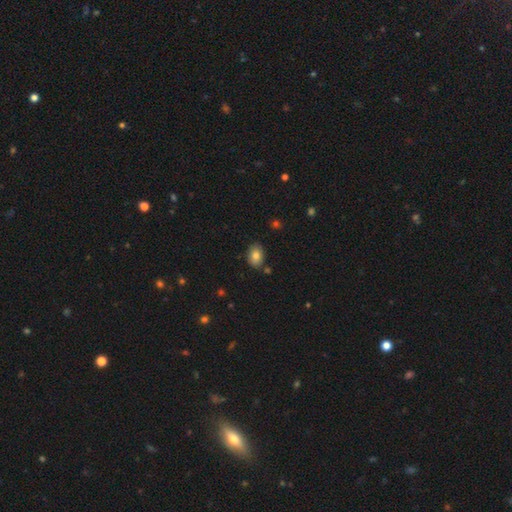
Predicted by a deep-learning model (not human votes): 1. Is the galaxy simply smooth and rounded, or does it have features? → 83% smooth, 9% star or artifact, 8% featured or disk.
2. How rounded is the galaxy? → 79% in between, 20% round, 1% cigar-shaped.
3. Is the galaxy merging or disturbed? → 81% none, 13% minor disturbance, 3% merger, 3% major disturbance.